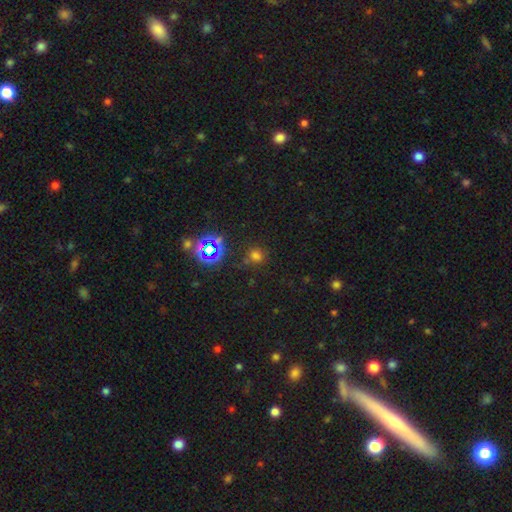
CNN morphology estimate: The model was most divided on "smooth or featured": smooth: 58%, star or artifact: 34%, featured or disk: 7%. More confident: how rounded — round (81%); merging — none (73%).